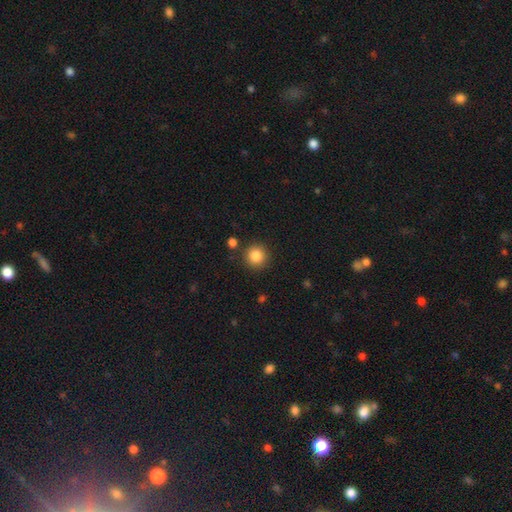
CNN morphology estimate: The model was most divided on "smooth or featured": smooth: 85%, star or artifact: 10%, featured or disk: 4%. More confident: how rounded — round (94%); merging — none (87%).